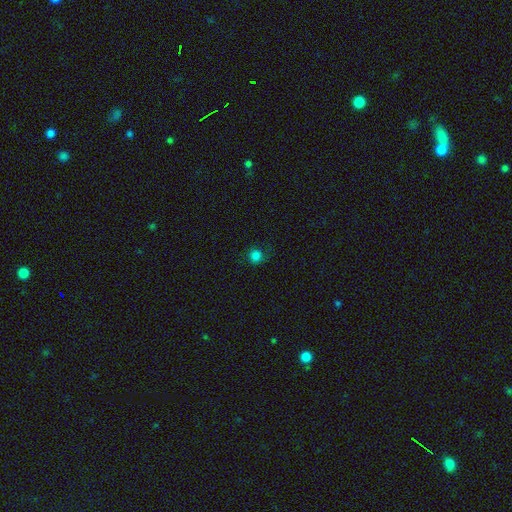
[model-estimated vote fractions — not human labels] The model was most divided on "merging": none: 79%, minor disturbance: 14%, major disturbance: 5%, merger: 1%. More confident: how rounded — round (92%); smooth or featured — smooth (81%).